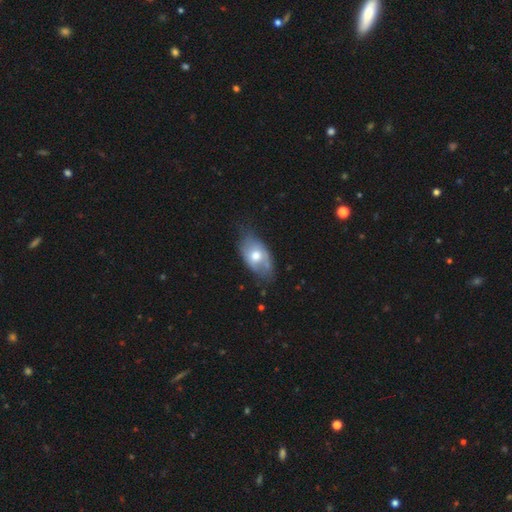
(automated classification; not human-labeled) smooth-or-featured: smooth: 54% | featured or disk: 40% | star or artifact: 6%
  how-rounded: in between: 90% | round: 7% | cigar-shaped: 2%
  merging: none: 53% | minor disturbance: 35% | major disturbance: 10% | merger: 2%